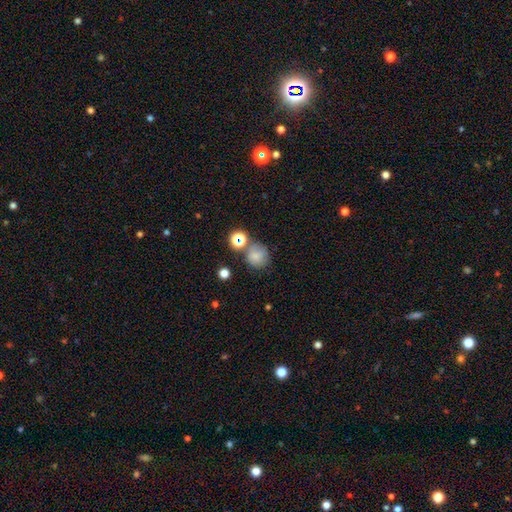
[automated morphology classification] A smooth galaxy with no disk features (76%) that is round (85%).

Vote fractions:
- Smooth or featured? smooth: 76% / star or artifact: 16% / featured or disk: 9%
- How rounded? round: 85% / in between: 14% / cigar-shaped: 1%
- Merging? none: 65% / merger: 16% / minor disturbance: 14% / major disturbance: 5%